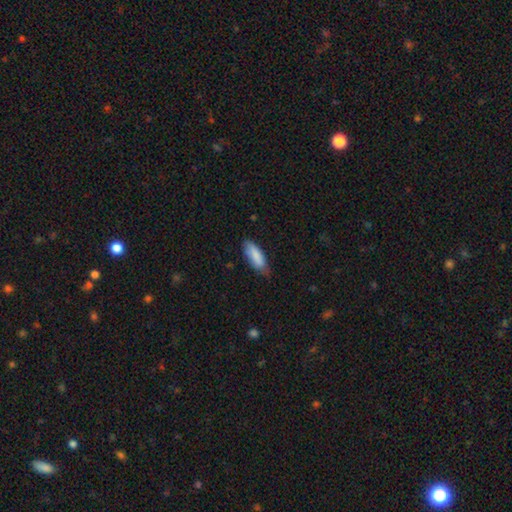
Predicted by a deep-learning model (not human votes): Smooth or featured? Predicted: smooth (p=0.86). How rounded? Predicted: in between (p=0.66). Merging? Predicted: none (p=0.71).